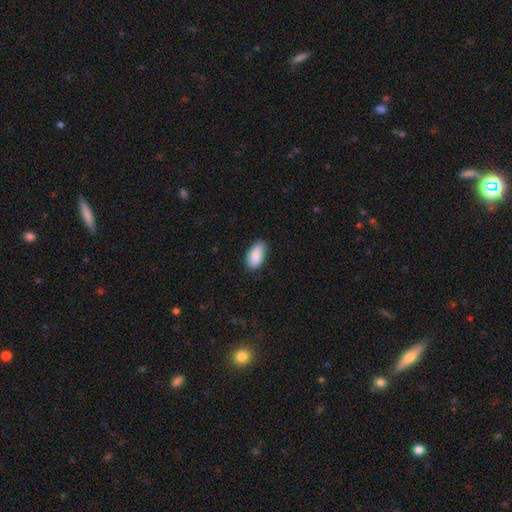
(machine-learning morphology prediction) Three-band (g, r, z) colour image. It shows a smooth galaxy with no disk features (87%) that is in between round and cigar-shaped (93%). Merging: none (81%).